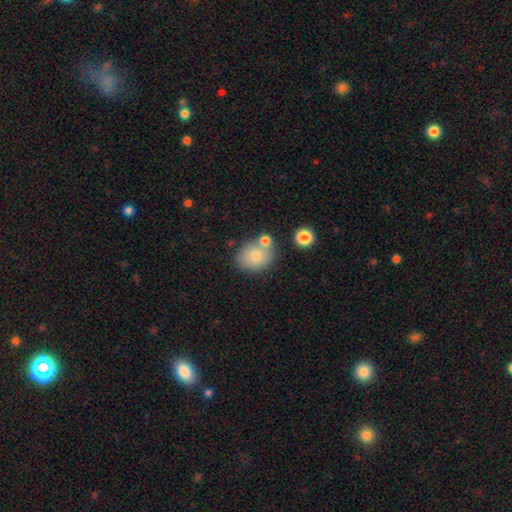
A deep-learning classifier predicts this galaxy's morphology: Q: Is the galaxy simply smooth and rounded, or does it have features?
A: smooth — 73%.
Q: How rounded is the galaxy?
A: round — 57%.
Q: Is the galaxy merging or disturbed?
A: none — 65%.